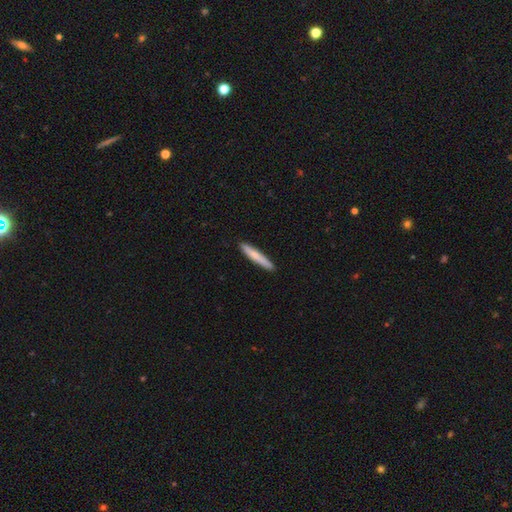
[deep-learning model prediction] Q: Smooth or featured?
A: smooth (74%); runner-up: featured or disk (21%)
Q: How rounded?
A: cigar-shaped (94%); runner-up: in between (4%)
Q: Merging?
A: none (90%); runner-up: minor disturbance (7%)